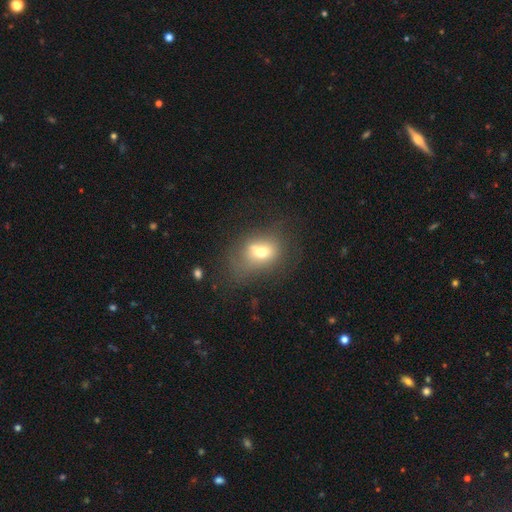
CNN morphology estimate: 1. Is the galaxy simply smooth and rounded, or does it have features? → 62% smooth, 20% featured or disk, 18% star or artifact.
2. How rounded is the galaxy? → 62% in between, 36% round, 2% cigar-shaped.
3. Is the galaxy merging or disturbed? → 53% none, 25% minor disturbance, 15% major disturbance, 7% merger.